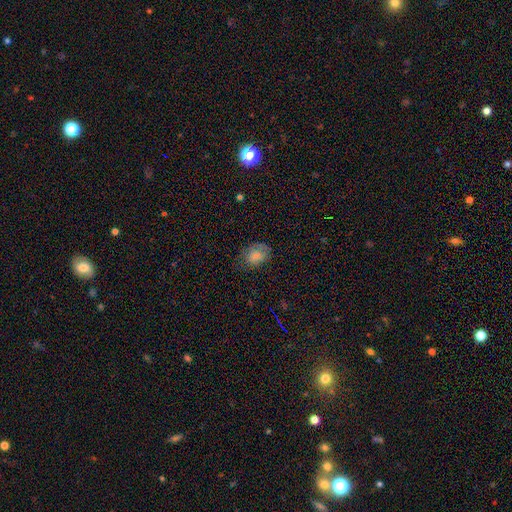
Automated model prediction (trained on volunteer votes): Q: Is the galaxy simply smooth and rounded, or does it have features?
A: smooth — 76%.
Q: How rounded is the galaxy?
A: in between — 73%.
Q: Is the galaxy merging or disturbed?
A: none — 61%.